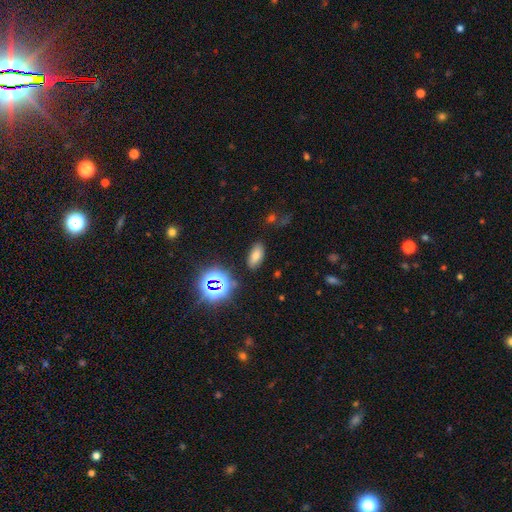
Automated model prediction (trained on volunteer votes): The model was most divided on "smooth or featured": smooth: 66%, star or artifact: 24%, featured or disk: 10%. More confident: how rounded — in between (86%); merging — none (86%).